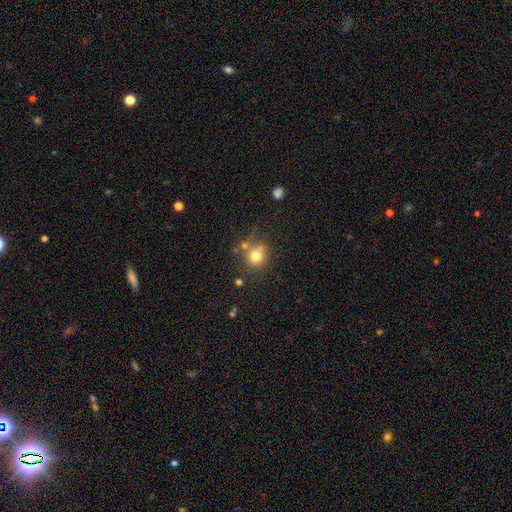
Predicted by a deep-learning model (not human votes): This appears to be a smooth galaxy with no disk features (76%) that is round (84%). Merging: none (61%).